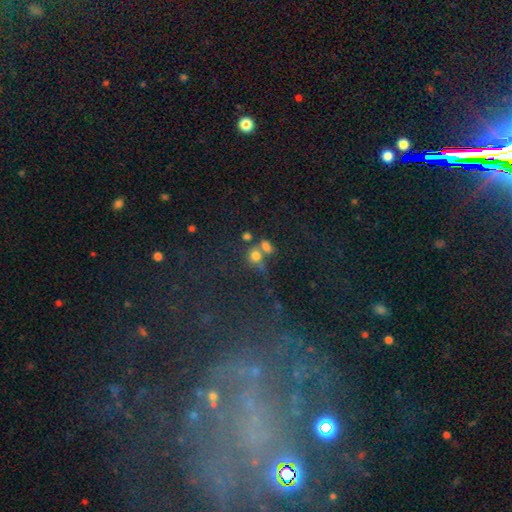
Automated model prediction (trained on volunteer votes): smooth_or_featured: smooth (p=0.69) [alt: star or artifact p=0.20]
how_rounded: round (p=0.66) [alt: in between p=0.32]
merging: none (p=0.42) [alt: merger p=0.41]